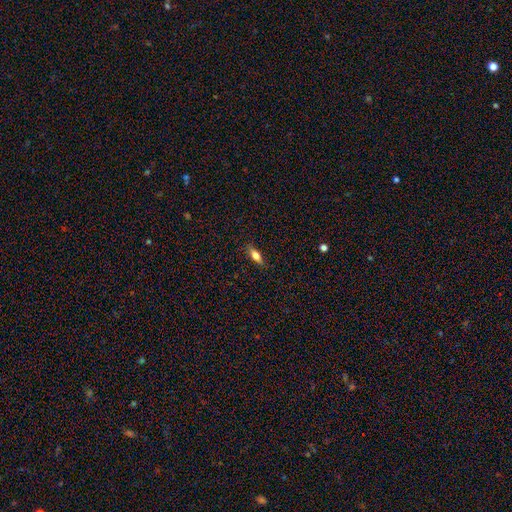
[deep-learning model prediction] This appears to be a smooth galaxy with no disk features (71%) that is in between round and cigar-shaped (65%). Merging: none (86%).